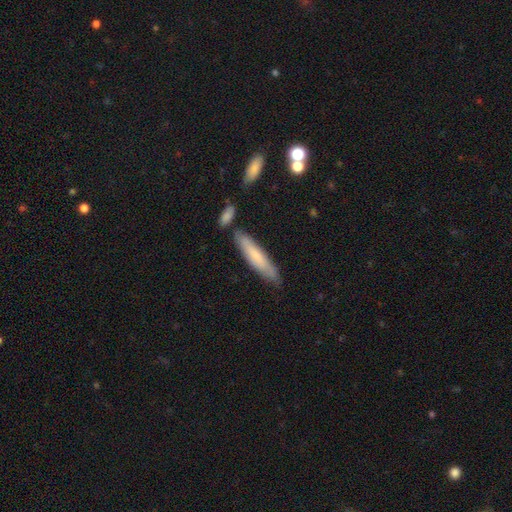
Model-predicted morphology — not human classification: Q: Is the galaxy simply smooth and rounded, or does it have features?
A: smooth — 67%.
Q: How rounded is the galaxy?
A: cigar-shaped — 83%.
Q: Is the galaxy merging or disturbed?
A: none — 72%.